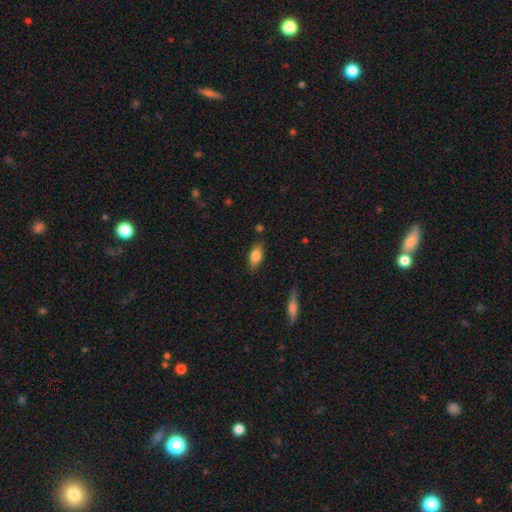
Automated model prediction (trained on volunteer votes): Smooth or featured?
  - smooth: 79% *
  - featured or disk: 13%
  - star or artifact: 7%
How rounded?
  - in between: 85% *
  - cigar-shaped: 11%
  - round: 4%
Merging?
  - none: 82% *
  - minor disturbance: 13%
  - major disturbance: 3%
  - merger: 2%